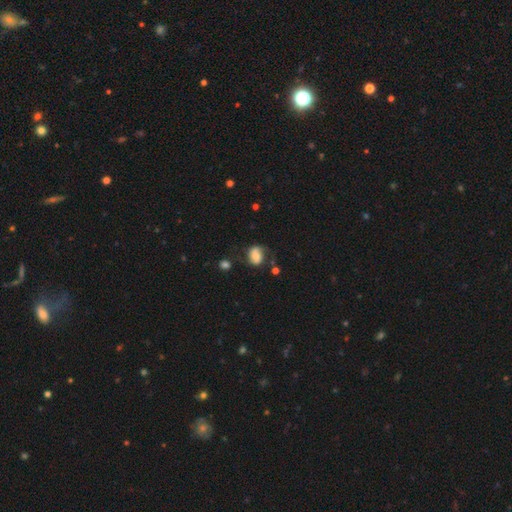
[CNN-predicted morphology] type=smooth (47%); merging=none (52%).